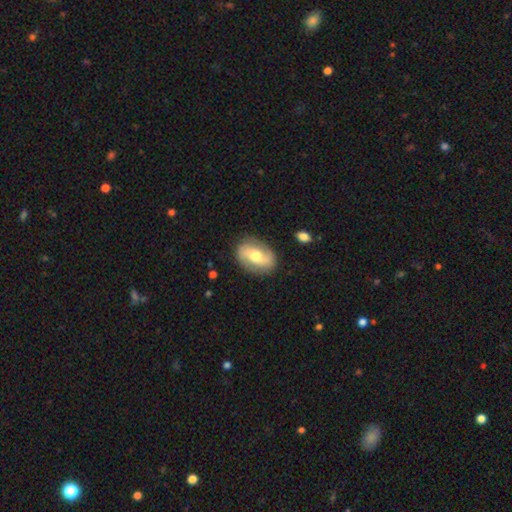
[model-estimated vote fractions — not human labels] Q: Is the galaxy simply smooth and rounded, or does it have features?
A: featured or disk — 63%.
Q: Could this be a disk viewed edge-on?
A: no — 95%.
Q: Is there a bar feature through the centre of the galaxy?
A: no — 44%.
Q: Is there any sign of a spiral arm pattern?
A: yes — 80%.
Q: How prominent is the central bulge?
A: moderate — 72%.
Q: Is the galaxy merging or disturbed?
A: none — 83%.